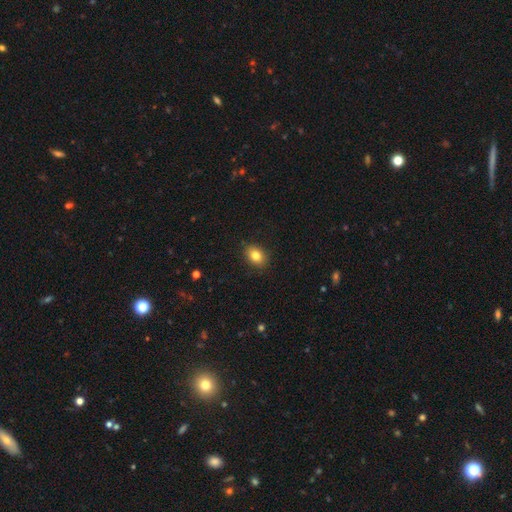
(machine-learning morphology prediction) smooth_or_featured: smooth (p=0.82) [alt: star or artifact p=0.10]
how_rounded: in between (p=0.70) [alt: round p=0.29]
merging: none (p=0.87) [alt: minor disturbance p=0.10]